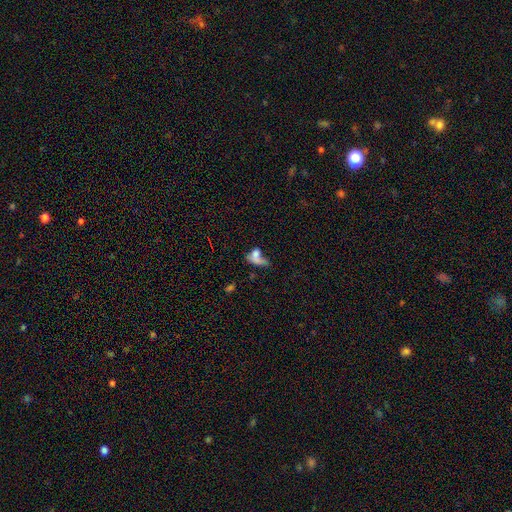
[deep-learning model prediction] This appears to be a smooth galaxy with no disk features (61%) that is in between round and cigar-shaped (74%). Merging: major disturbance (34%).